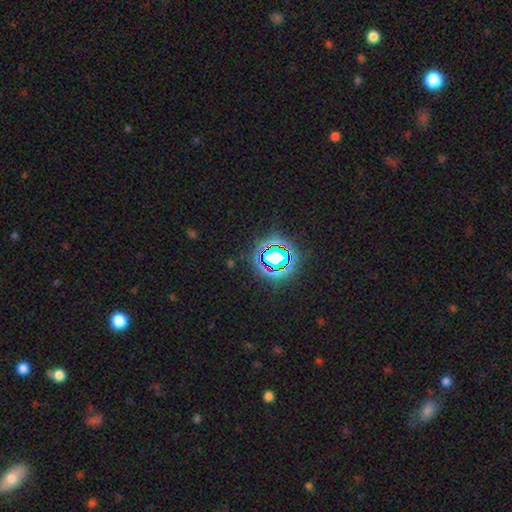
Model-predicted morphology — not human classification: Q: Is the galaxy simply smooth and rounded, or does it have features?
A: star or artifact — 81%.